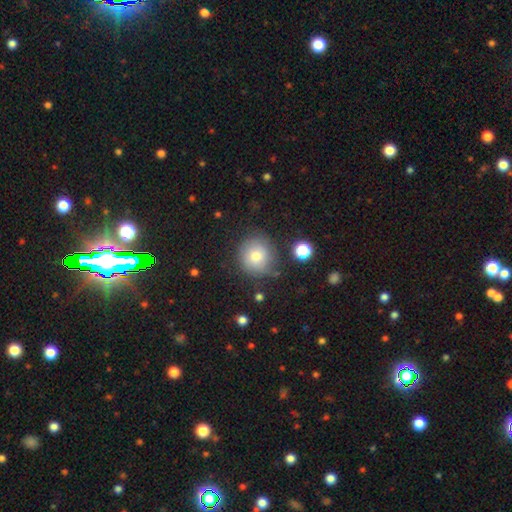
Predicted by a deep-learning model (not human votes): Q: Smooth or featured?
A: smooth (76%); runner-up: featured or disk (13%)
Q: How rounded?
A: round (90%); runner-up: in between (9%)
Q: Merging?
A: none (77%); runner-up: minor disturbance (15%)